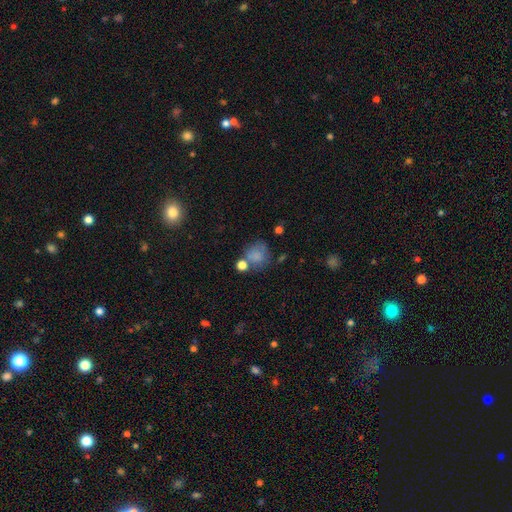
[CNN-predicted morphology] This is likely a smooth galaxy (72%). How rounded: likely round (70%). Merging: marginally none (45%).